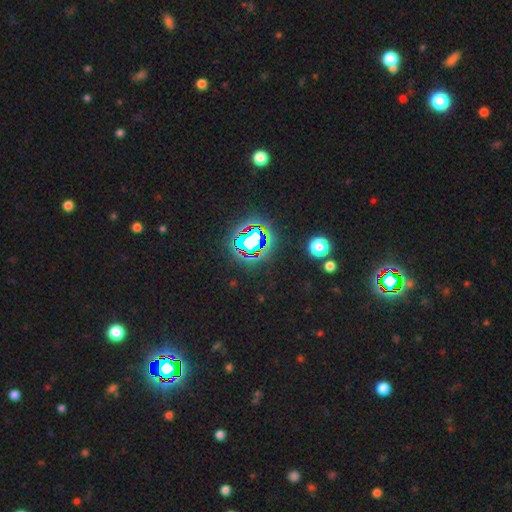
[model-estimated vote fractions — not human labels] A star or artifact, not a galaxy (84%).